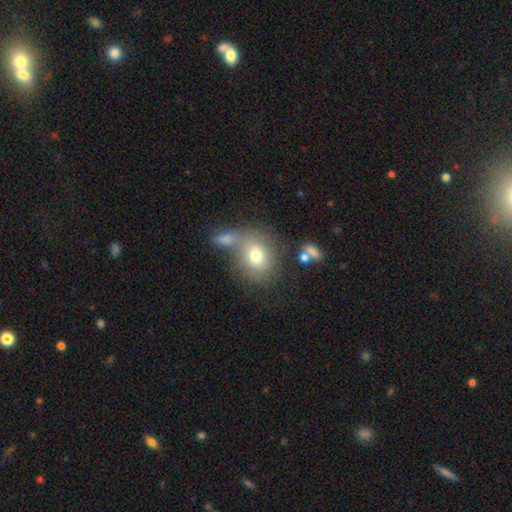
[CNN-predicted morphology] The model was most divided on "merging": none: 46%, merger: 32%, minor disturbance: 14%, major disturbance: 8%. More confident: smooth or featured — smooth (70%); how rounded — round (60%).